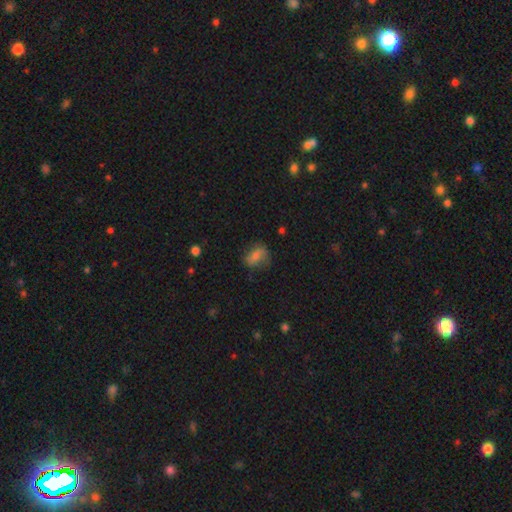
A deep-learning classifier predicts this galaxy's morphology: Smooth or featured: smooth — 68% (featured or disk — 20%)
How rounded: in between — 69% (round — 27%)
Merging: none — 65% (minor disturbance — 24%)